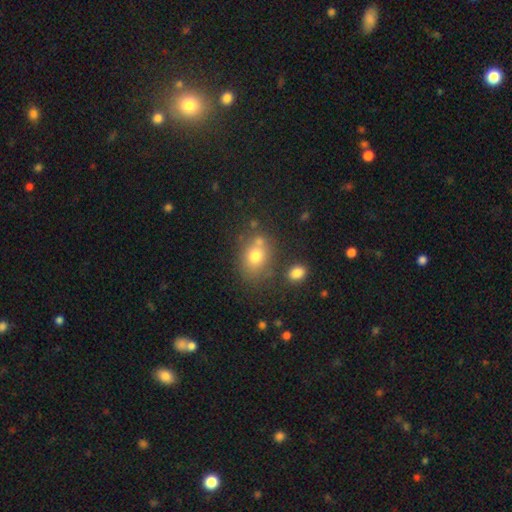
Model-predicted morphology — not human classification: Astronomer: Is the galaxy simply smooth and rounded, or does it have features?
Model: smooth — 74%.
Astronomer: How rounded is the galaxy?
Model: in between — 53% (runner-up: round, 46%).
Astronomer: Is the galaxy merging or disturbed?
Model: none — 63%.